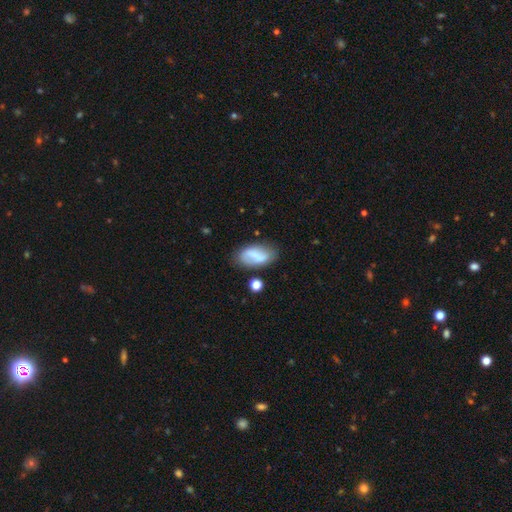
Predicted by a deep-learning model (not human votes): Smooth or featured: smooth — 60% (featured or disk — 31%)
How rounded: in between — 91% (cigar-shaped — 4%)
Merging: none — 67% (minor disturbance — 21%)